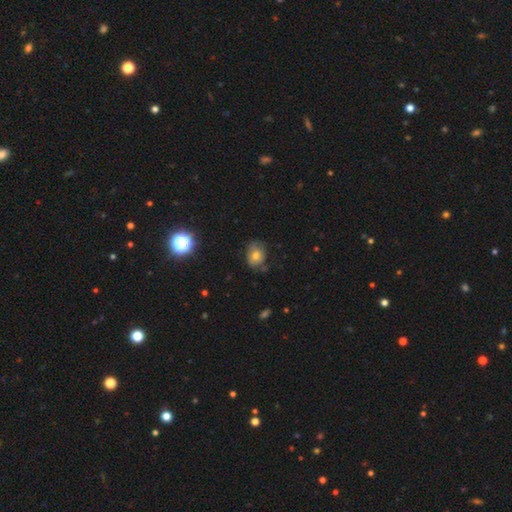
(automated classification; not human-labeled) smooth-or-featured: smooth: 65% | featured or disk: 22% | star or artifact: 13%
  how-rounded: round: 52% | in between: 47% | cigar-shaped: 1%
  merging: none: 66% | minor disturbance: 25% | major disturbance: 7% | merger: 3%